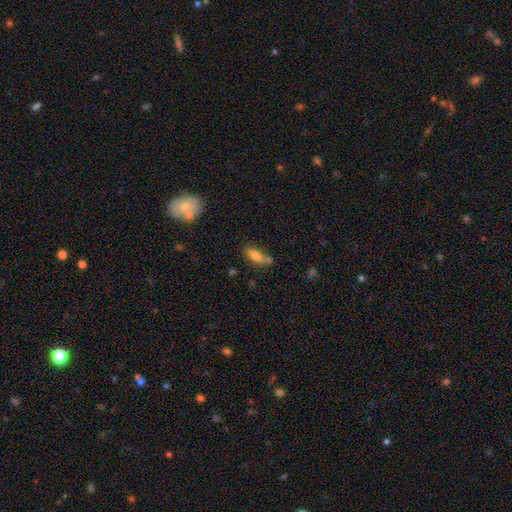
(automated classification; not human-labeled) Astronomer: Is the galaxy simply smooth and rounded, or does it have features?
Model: smooth — 77%.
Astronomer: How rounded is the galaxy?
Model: in between — 74%.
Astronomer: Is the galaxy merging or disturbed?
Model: none — 60%.